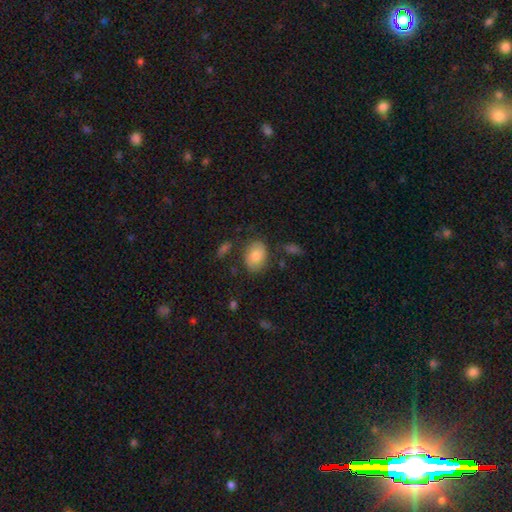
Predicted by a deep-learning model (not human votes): smooth_or_featured: smooth (p=0.77) [alt: featured or disk p=0.15]
how_rounded: in between (p=0.68) [alt: round p=0.31]
merging: none (p=0.74) [alt: minor disturbance p=0.17]